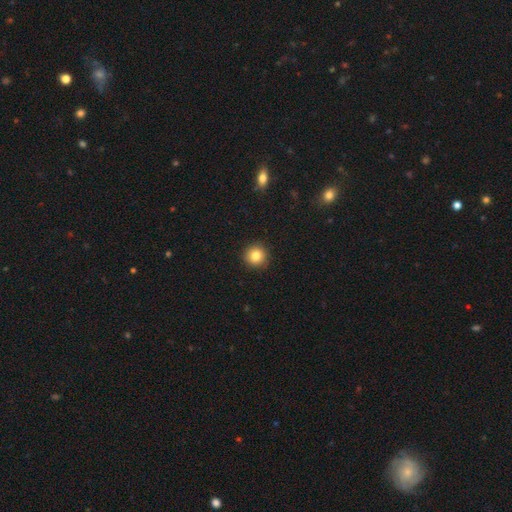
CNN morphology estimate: Smooth or featured? Predicted: smooth (p=0.82). How rounded? Predicted: round (p=0.95). Merging? Predicted: none (p=0.92).